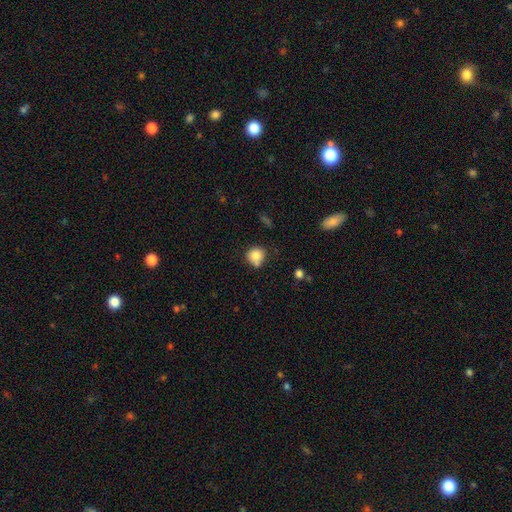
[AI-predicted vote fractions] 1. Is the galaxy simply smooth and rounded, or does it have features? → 81% smooth, 10% star or artifact, 9% featured or disk.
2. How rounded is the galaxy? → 84% round, 15% in between, 1% cigar-shaped.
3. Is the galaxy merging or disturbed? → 60% none, 21% minor disturbance, 14% merger, 5% major disturbance.